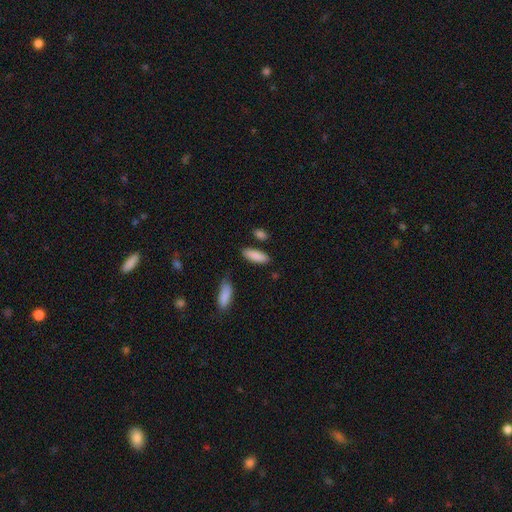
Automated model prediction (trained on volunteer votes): Smooth or featured: smooth — 87% (featured or disk — 6%)
How rounded: in between — 63% (cigar-shaped — 35%)
Merging: none — 80% (minor disturbance — 12%)